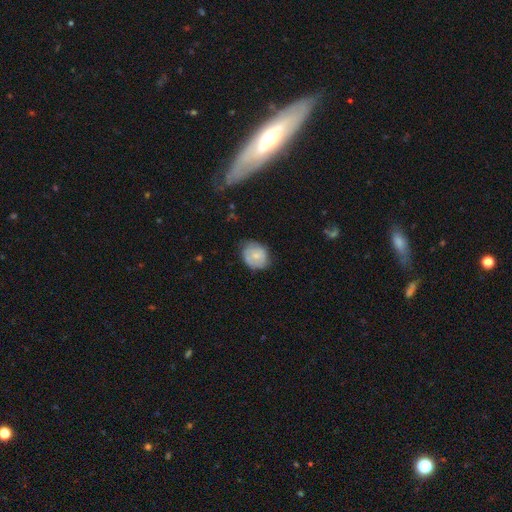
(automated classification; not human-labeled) smooth-or-featured: smooth: 66% | featured or disk: 27% | star or artifact: 7%
  how-rounded: round: 59% | in between: 40% | cigar-shaped: 1%
  merging: none: 65% | minor disturbance: 28% | major disturbance: 6% | merger: 1%